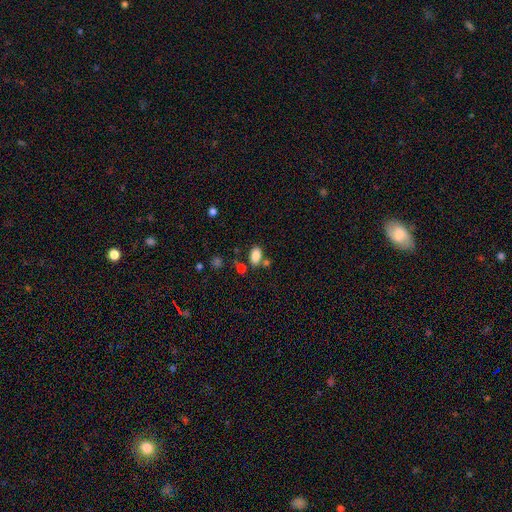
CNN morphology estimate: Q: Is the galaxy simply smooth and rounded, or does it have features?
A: smooth — 85%.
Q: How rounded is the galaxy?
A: in between — 90%.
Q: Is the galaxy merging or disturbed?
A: none — 66%.